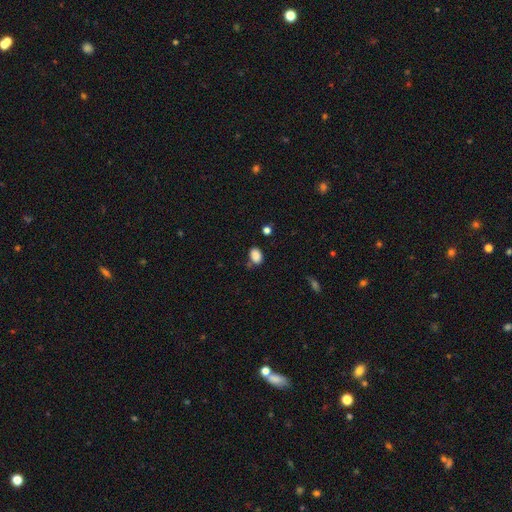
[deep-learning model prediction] Smooth or featured? smooth (87%)
How rounded? in between (78%)
Merging? none (70%)